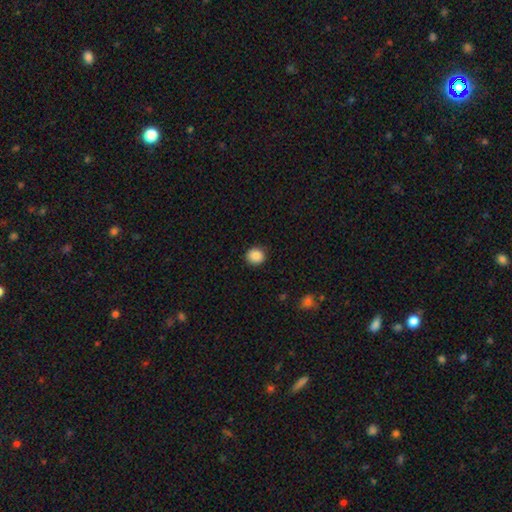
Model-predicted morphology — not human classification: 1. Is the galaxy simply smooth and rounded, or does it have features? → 87% smooth, 9% star or artifact, 4% featured or disk.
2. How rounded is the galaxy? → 87% round, 12% in between, 1% cigar-shaped.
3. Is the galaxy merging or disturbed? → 90% none, 7% minor disturbance, 2% major disturbance, 1% merger.